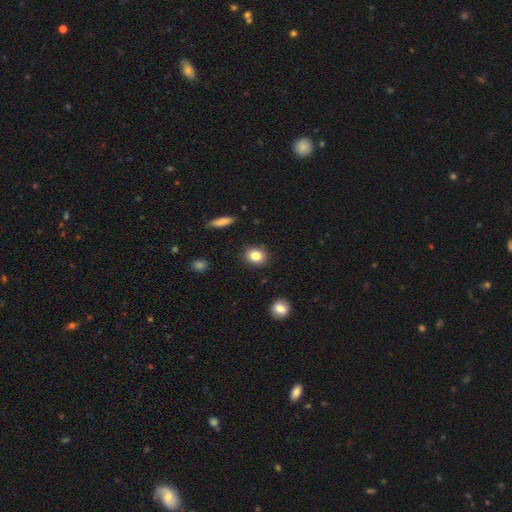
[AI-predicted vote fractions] A smooth galaxy with no disk features (83%) that is round (66%).

Vote fractions:
- Smooth or featured? smooth: 83% / star or artifact: 10% / featured or disk: 8%
- How rounded? round: 66% / in between: 33% / cigar-shaped: 1%
- Merging? none: 90% / minor disturbance: 7% / major disturbance: 2% / merger: 1%